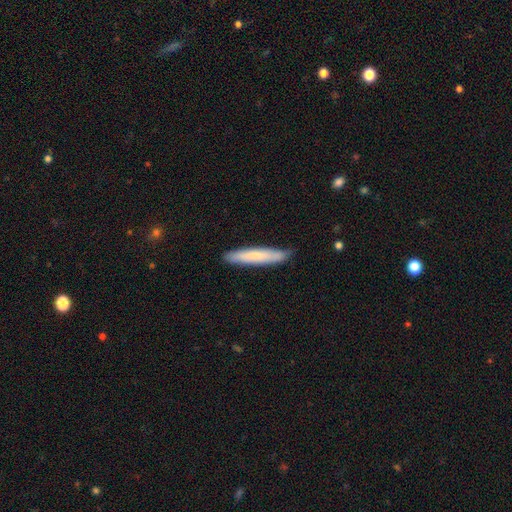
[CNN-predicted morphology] Q: Smooth or featured?
A: smooth (62%); runner-up: featured or disk (30%)
Q: How rounded?
A: cigar-shaped (93%); runner-up: in between (6%)
Q: Merging?
A: none (88%); runner-up: minor disturbance (9%)